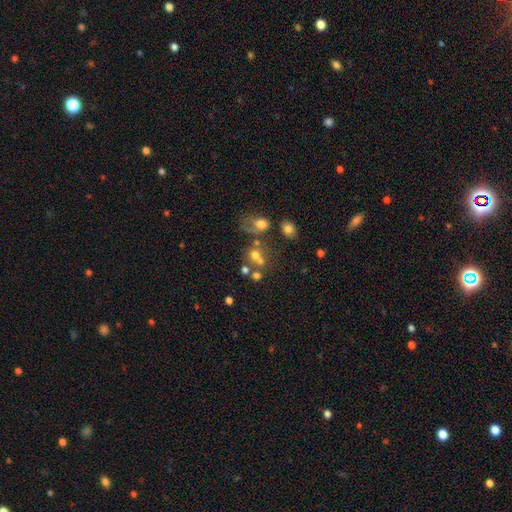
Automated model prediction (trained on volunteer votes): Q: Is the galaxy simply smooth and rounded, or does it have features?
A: smooth — 58%.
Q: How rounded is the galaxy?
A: round — 68%.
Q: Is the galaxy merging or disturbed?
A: merger — 42%.